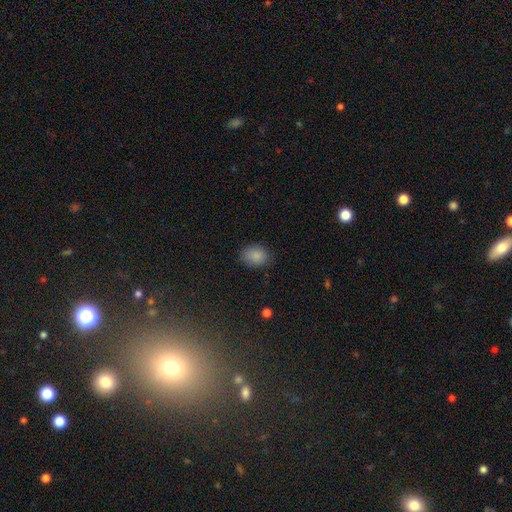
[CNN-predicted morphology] Smooth or featured?
  - smooth: 86% *
  - star or artifact: 9%
  - featured or disk: 5%
How rounded?
  - in between: 65% *
  - round: 34%
  - cigar-shaped: 1%
Merging?
  - none: 82% *
  - minor disturbance: 13%
  - major disturbance: 3%
  - merger: 1%